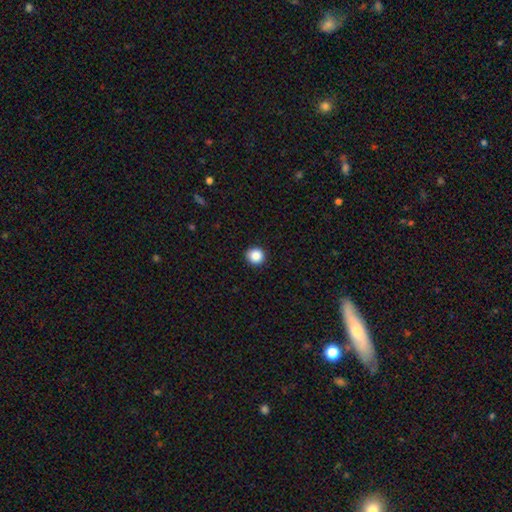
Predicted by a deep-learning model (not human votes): smooth_or_featured: smooth (p=0.88) [alt: star or artifact p=0.09]
how_rounded: round (p=0.94) [alt: in between p=0.05]
merging: none (p=0.93) [alt: minor disturbance p=0.05]